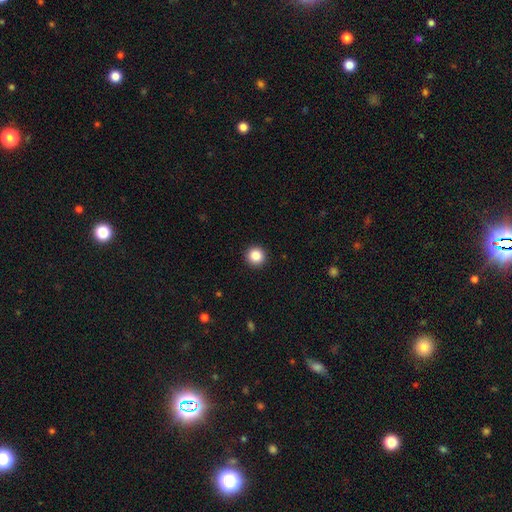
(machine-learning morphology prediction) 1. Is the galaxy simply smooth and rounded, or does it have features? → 87% smooth, 10% star or artifact, 3% featured or disk.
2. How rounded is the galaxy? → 96% round, 3% in between, 1% cigar-shaped.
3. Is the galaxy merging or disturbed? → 93% none, 5% minor disturbance, 2% major disturbance, 1% merger.